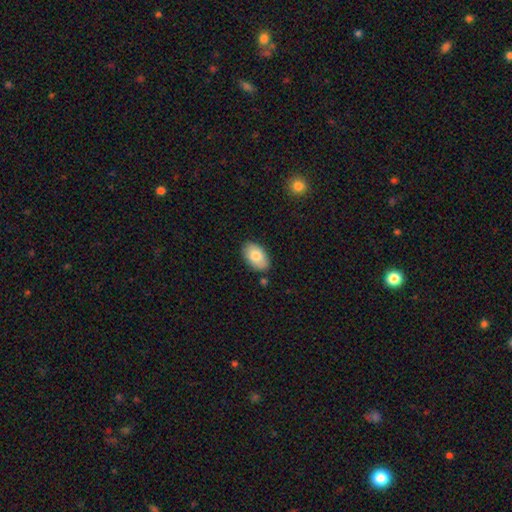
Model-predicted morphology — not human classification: smooth-or-featured: smooth: 79% | featured or disk: 15% | star or artifact: 7%
  how-rounded: in between: 92% | round: 6% | cigar-shaped: 1%
  merging: none: 82% | minor disturbance: 13% | merger: 3% | major disturbance: 2%